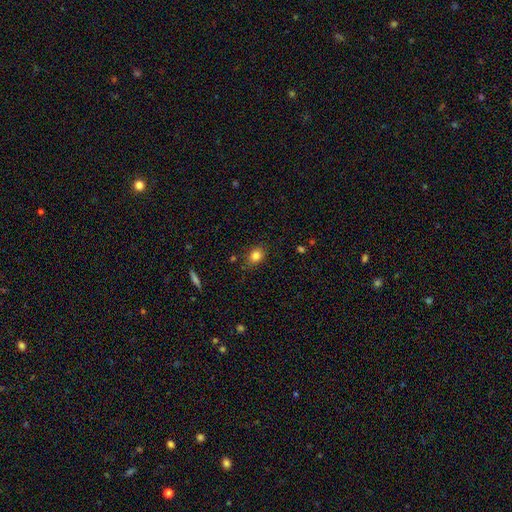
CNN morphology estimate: smooth 82%, star or artifact 11%, featured or disk 7%. Down the decision tree: how rounded — round (50%); merging — none (80%).